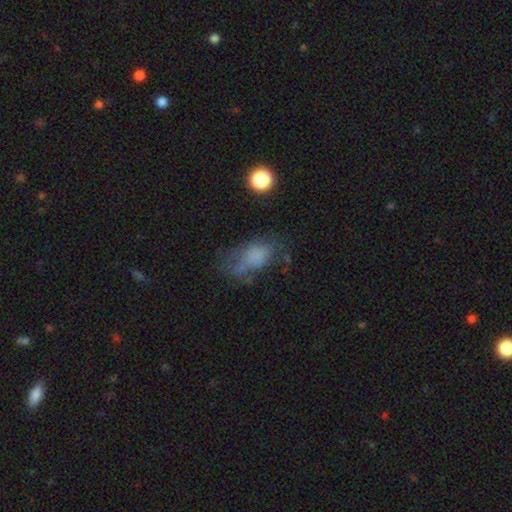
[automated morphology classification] A smooth galaxy with no disk features (62%) that is in between round and cigar-shaped (83%).

Vote fractions:
- Smooth or featured? smooth: 62% / featured or disk: 24% / star or artifact: 14%
- How rounded? in between: 83% / round: 13% / cigar-shaped: 4%
- Merging? none: 36% / major disturbance: 32% / minor disturbance: 26% / merger: 6%